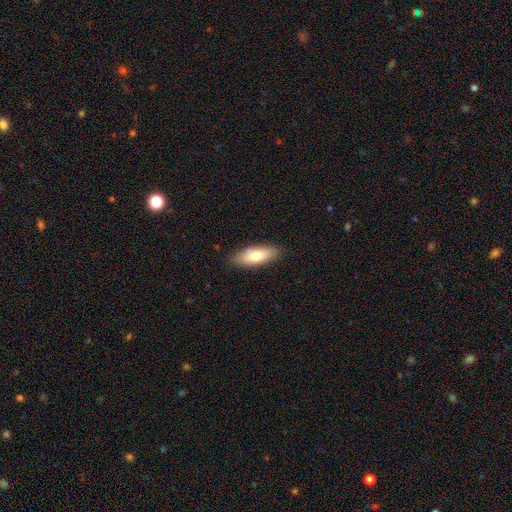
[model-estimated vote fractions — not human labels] smooth_or_featured: smooth (p=0.73) [alt: featured or disk p=0.20]
how_rounded: in between (p=0.68) [alt: cigar-shaped p=0.30]
merging: none (p=0.85) [alt: minor disturbance p=0.11]